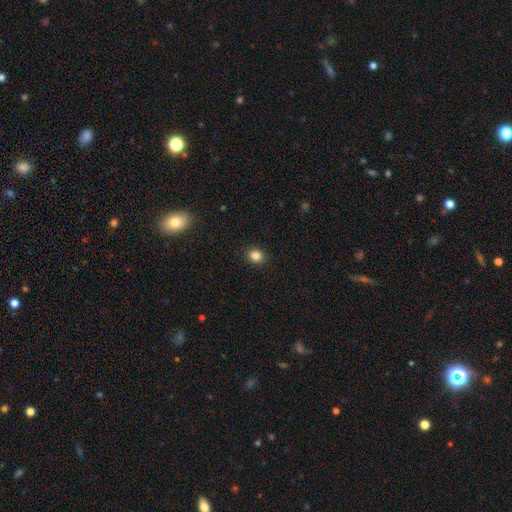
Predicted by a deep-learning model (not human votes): Q: Smooth or featured?
A: smooth (84%); runner-up: star or artifact (11%)
Q: How rounded?
A: round (64%); runner-up: in between (35%)
Q: Merging?
A: none (91%); runner-up: minor disturbance (6%)